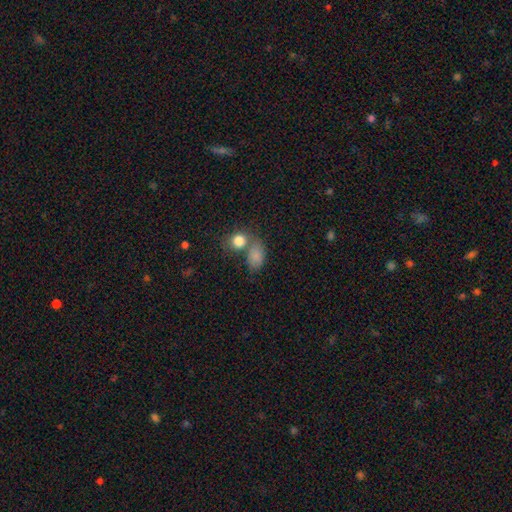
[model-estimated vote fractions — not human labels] Smooth or featured? Predicted: smooth (p=0.82). How rounded? Predicted: in between (p=0.73). Merging? Predicted: none (p=0.46).